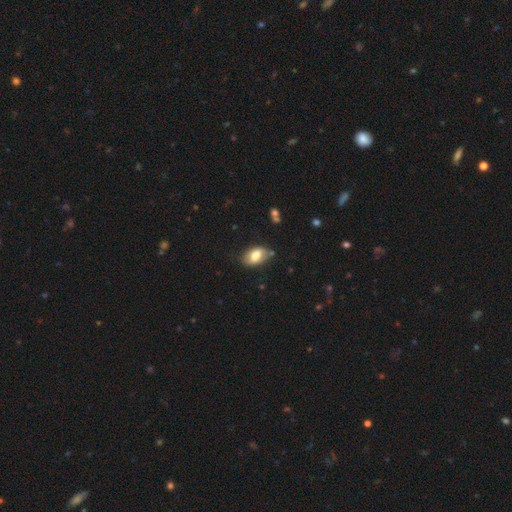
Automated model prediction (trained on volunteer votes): A smooth galaxy with no disk features (75%) that is in between round and cigar-shaped (91%). Merging: none (71%).